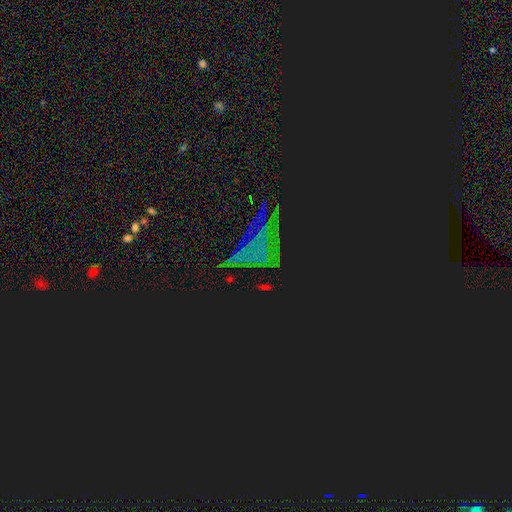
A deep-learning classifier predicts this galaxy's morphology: type=star or artifact (74%).